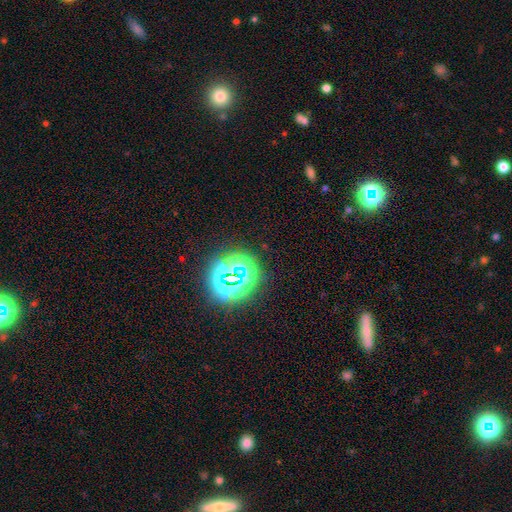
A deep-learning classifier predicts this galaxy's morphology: Smooth or featured? Predicted: star or artifact (p=0.70).